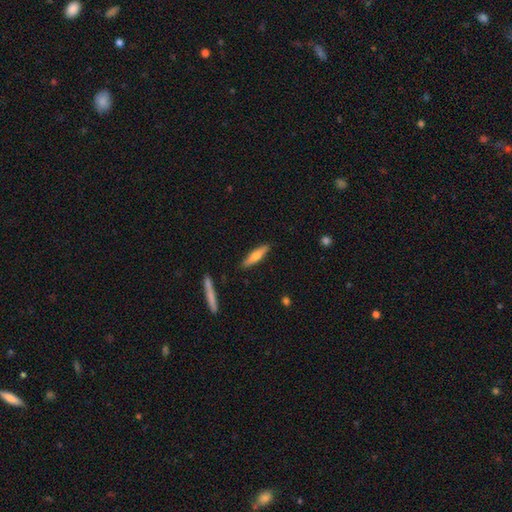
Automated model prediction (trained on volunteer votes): Smooth or featured?
  - smooth: 56% *
  - featured or disk: 38%
  - star or artifact: 6%
How rounded?
  - cigar-shaped: 81% *
  - in between: 18%
  - round: 2%
Merging?
  - none: 88% *
  - minor disturbance: 8%
  - merger: 2%
  - major disturbance: 2%